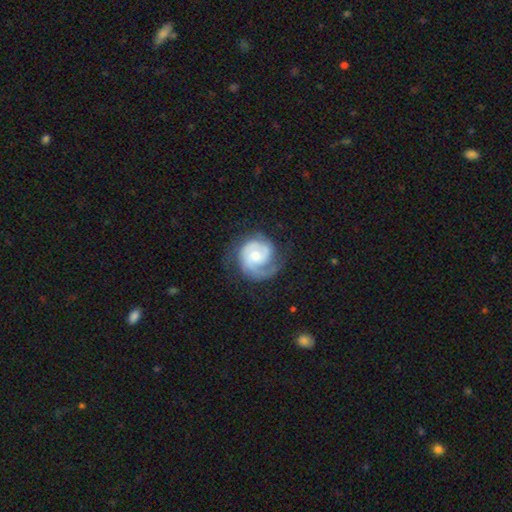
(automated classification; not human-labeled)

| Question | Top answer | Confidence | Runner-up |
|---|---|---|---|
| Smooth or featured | featured or disk | 82% | smooth (13%) |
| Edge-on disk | no | 98% | yes (2%) |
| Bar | no | 69% | weak (27%) |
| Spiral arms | yes | 96% | no (4%) |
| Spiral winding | tight | 51% | medium (36%) |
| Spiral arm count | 2 | 42% | 1 (27%) |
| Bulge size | moderate | 53% | small (38%) |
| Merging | none | 65% | minor disturbance (20%) |